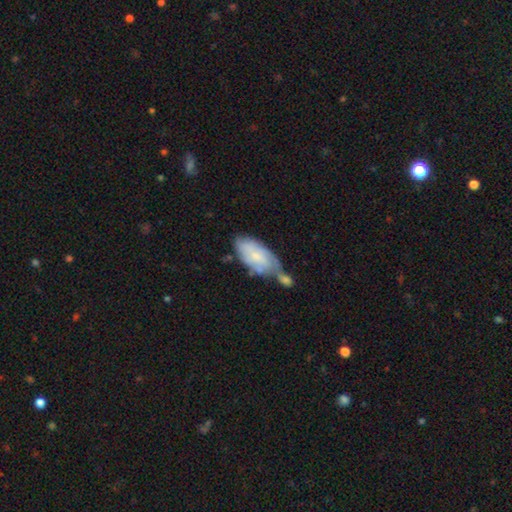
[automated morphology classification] Overall: smooth (53%; featured or disk 41%). How rounded: in between (90%). Merging: merger (37%; none 29%).